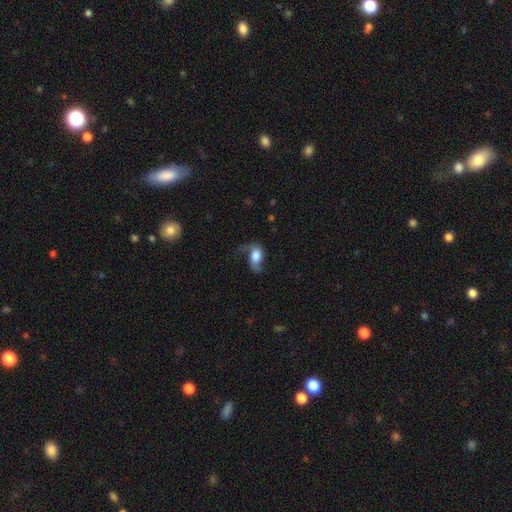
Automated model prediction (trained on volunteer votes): This is possibly a featured or disk galaxy (54%). It is clearly not viewed edge-on (94%). Bar: likely no (63%). Spiral arm pattern: clearly yes (85%). Central bulge: possibly large (46%). Merging: marginally none (40%).